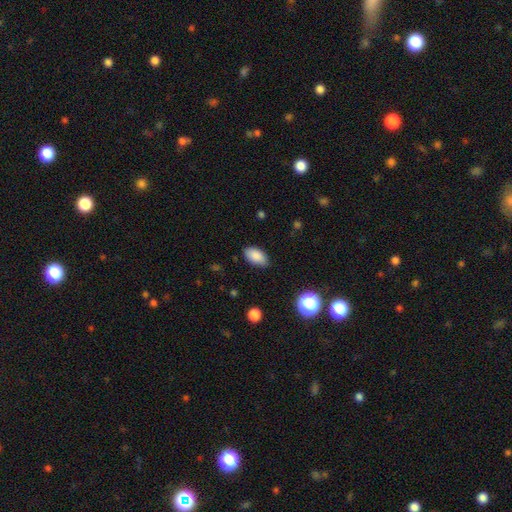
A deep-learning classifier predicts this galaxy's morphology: The model was most divided on "merging": none: 84%, minor disturbance: 12%, major disturbance: 3%, merger: 1%. More confident: how rounded — in between (94%); smooth or featured — smooth (87%).